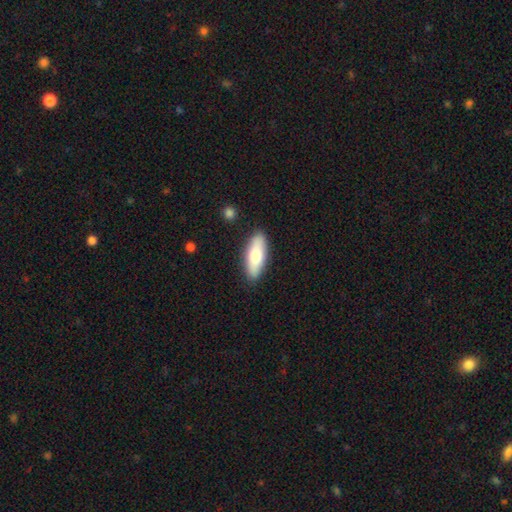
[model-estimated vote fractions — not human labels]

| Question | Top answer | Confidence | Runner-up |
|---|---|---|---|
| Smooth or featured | smooth | 71% | featured or disk (24%) |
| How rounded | in between | 66% | cigar-shaped (32%) |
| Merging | none | 88% | minor disturbance (9%) |